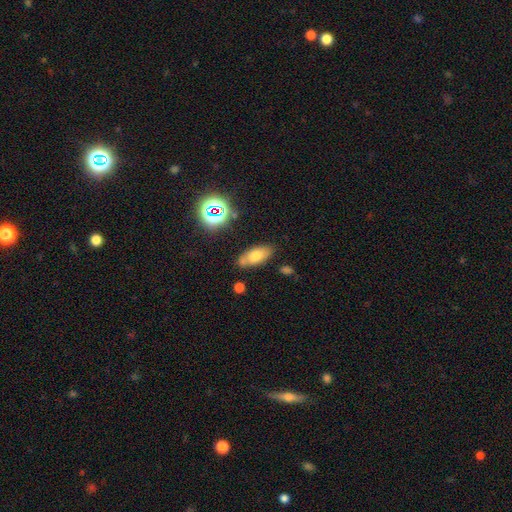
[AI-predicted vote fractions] smooth 68%, featured or disk 20%, star or artifact 12%. Down the decision tree: how rounded — in between (85%); merging — none (71%).